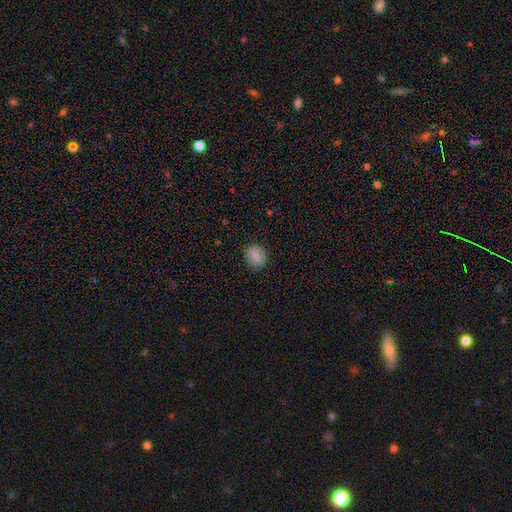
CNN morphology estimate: Smooth or featured: smooth — 86% (star or artifact — 8%)
How rounded: round — 83% (in between — 16%)
Merging: none — 88% (minor disturbance — 8%)